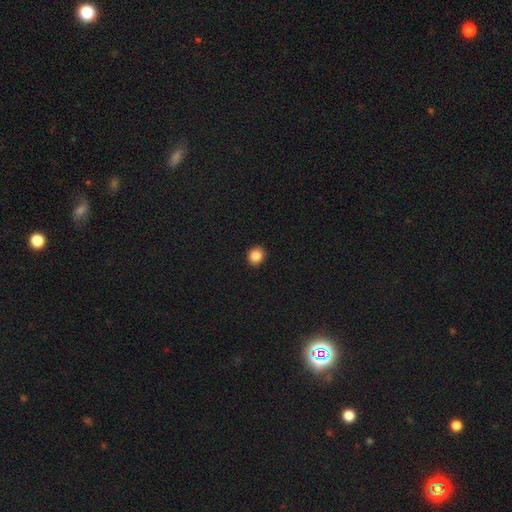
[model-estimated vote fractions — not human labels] Q: Smooth or featured?
A: smooth (85%); runner-up: star or artifact (10%)
Q: How rounded?
A: round (79%); runner-up: in between (20%)
Q: Merging?
A: none (92%); runner-up: minor disturbance (6%)